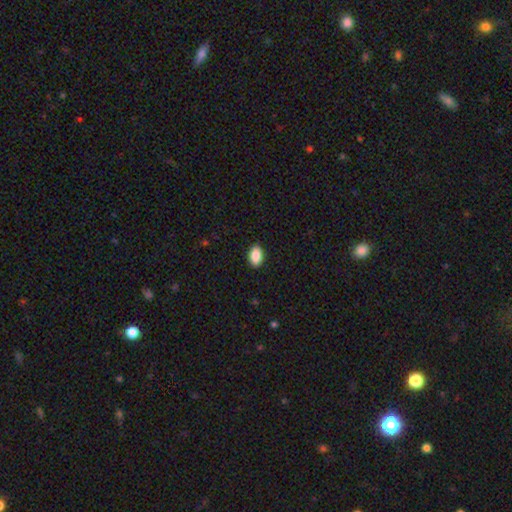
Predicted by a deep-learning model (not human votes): Q: Smooth or featured?
A: smooth (88%); runner-up: star or artifact (7%)
Q: How rounded?
A: in between (92%); runner-up: round (6%)
Q: Merging?
A: none (89%); runner-up: minor disturbance (9%)